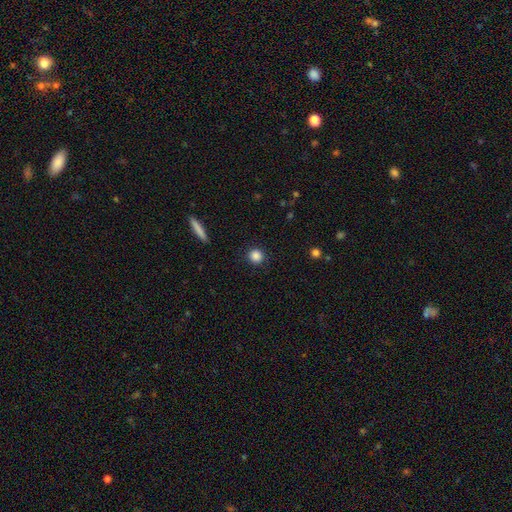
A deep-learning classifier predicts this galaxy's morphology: type=smooth (86%); roundness=round (92%); merging=none (91%).